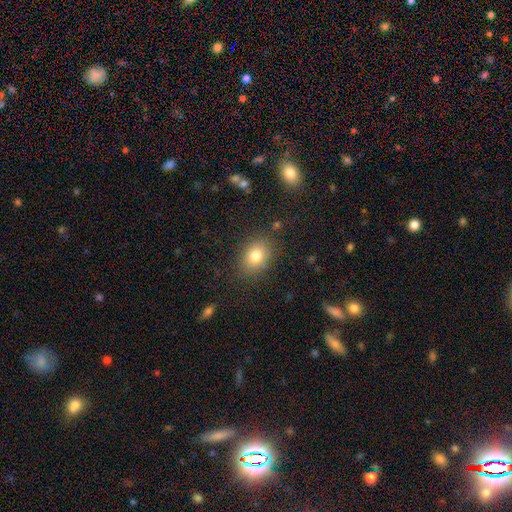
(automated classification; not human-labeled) Overall: smooth (79%). How rounded: in between (63%; round 35%). Merging: none (82%).